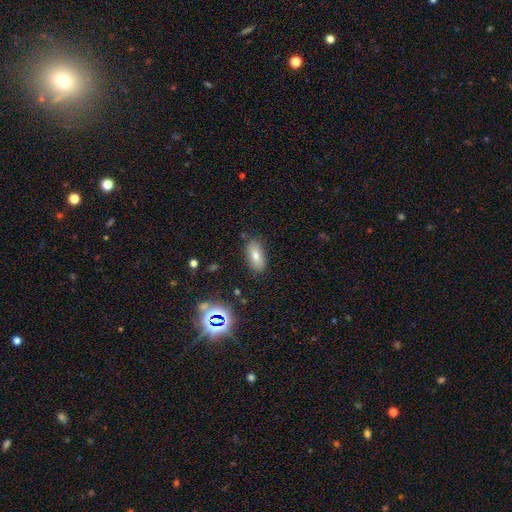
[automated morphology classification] Smooth or featured?
  - smooth: 70% *
  - featured or disk: 15%
  - star or artifact: 15%
How rounded?
  - in between: 85% *
  - cigar-shaped: 10%
  - round: 5%
Merging?
  - none: 85% *
  - minor disturbance: 11%
  - major disturbance: 3%
  - merger: 2%